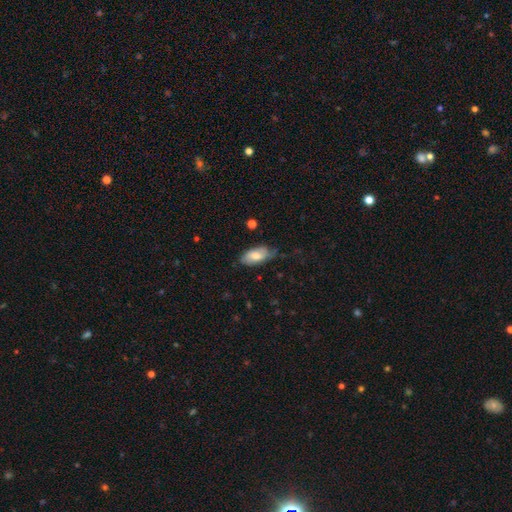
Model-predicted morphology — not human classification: Smooth or featured: smooth — 70% (featured or disk — 23%)
How rounded: in between — 90% (cigar-shaped — 7%)
Merging: none — 59% (minor disturbance — 32%)